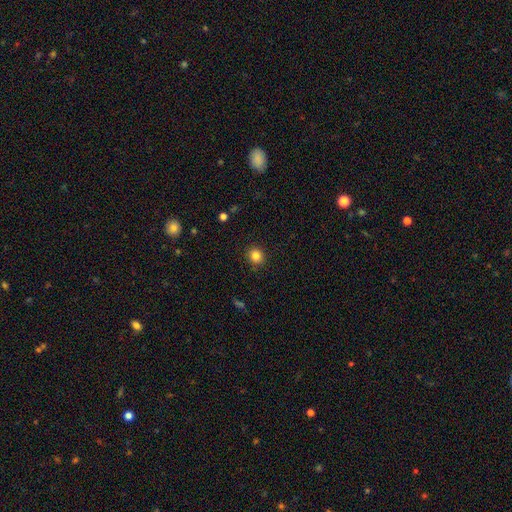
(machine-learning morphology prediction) The model was most divided on "smooth or featured": smooth: 84%, star or artifact: 11%, featured or disk: 5%. More confident: merging — none (90%); how rounded — round (86%).